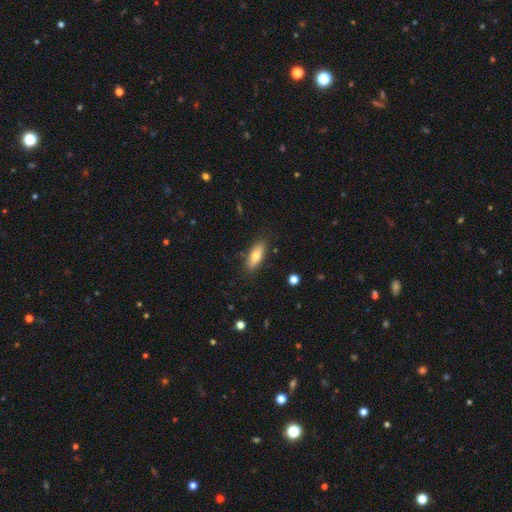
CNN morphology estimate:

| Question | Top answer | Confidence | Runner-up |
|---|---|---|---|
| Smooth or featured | smooth | 70% | featured or disk (23%) |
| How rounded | in between | 70% | cigar-shaped (27%) |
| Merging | none | 85% | minor disturbance (11%) |